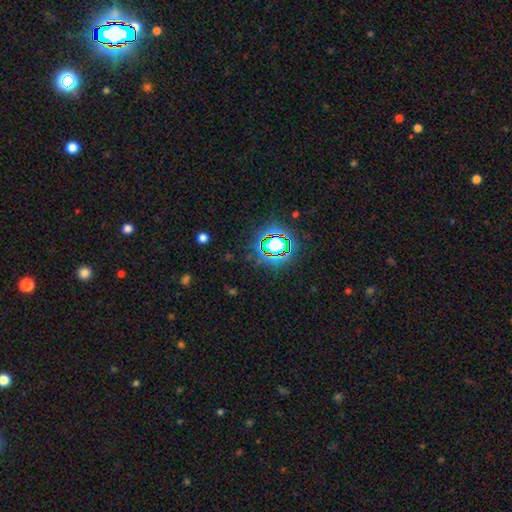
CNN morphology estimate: smooth-or-featured: star or artifact: 79% | smooth: 13% | featured or disk: 8%